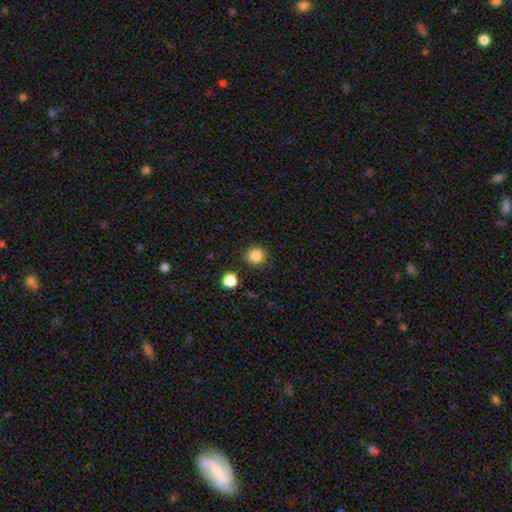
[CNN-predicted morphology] smooth_or_featured: smooth (p=0.85) [alt: star or artifact p=0.11]
how_rounded: round (p=0.93) [alt: in between p=0.06]
merging: none (p=0.88) [alt: minor disturbance p=0.07]